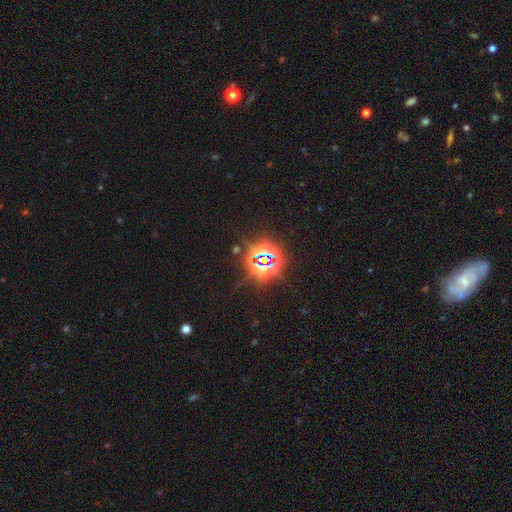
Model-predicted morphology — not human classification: A star or artifact, not a galaxy (83%).